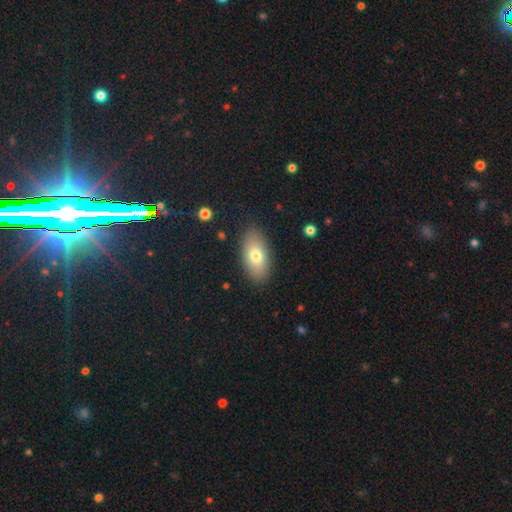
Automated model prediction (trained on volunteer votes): smooth-or-featured: smooth: 74% | featured or disk: 19% | star or artifact: 7%
  how-rounded: in between: 92% | round: 4% | cigar-shaped: 4%
  merging: none: 87% | minor disturbance: 9% | major disturbance: 3% | merger: 1%